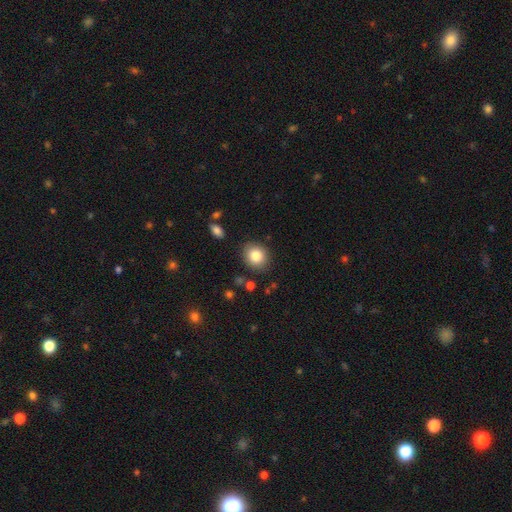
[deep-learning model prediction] smooth 83%, star or artifact 9%, featured or disk 8%. Down the decision tree: how rounded — round (69%); merging — none (86%).